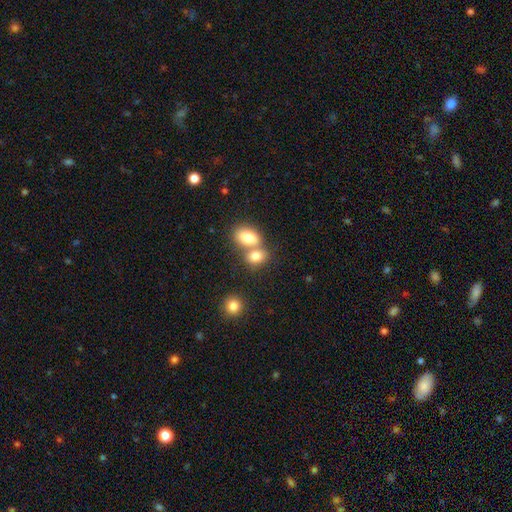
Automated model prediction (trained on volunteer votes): Smooth or featured: smooth — 79% (featured or disk — 12%)
How rounded: in between — 65% (round — 34%)
Merging: merger — 57% (none — 33%)